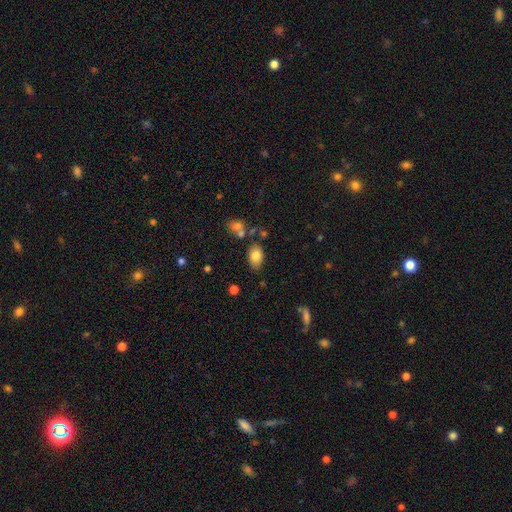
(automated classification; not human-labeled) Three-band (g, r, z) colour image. It shows a smooth galaxy with no disk features (81%) that is in between round and cigar-shaped (87%). Merging: none (73%).